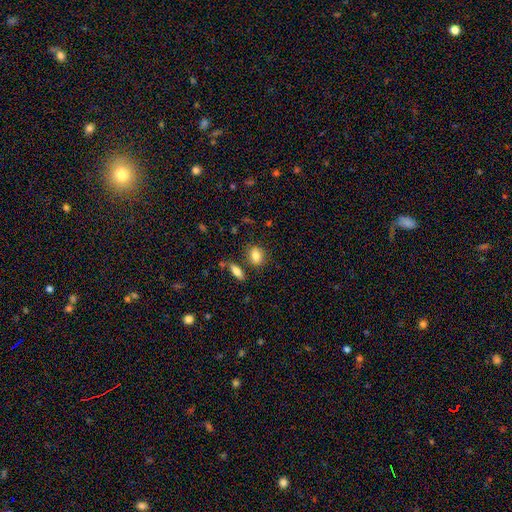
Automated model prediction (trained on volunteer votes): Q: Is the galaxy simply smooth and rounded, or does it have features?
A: smooth — 83%.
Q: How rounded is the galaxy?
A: in between — 58%.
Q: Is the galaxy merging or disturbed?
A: none — 76%.